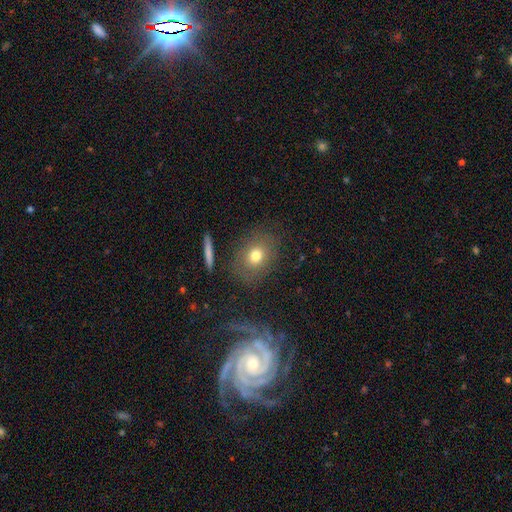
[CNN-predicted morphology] type=smooth (73%); roundness=round (52%); merging=none (80%).